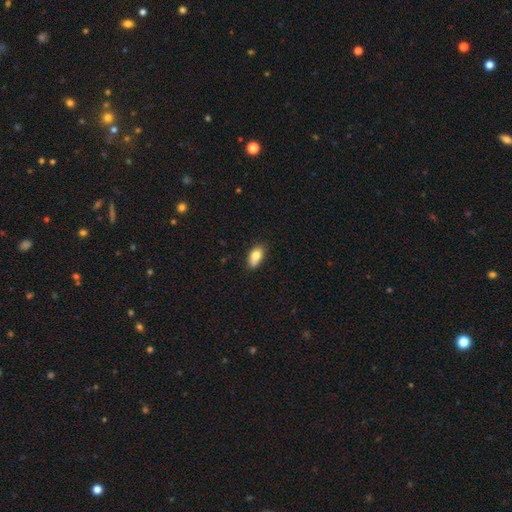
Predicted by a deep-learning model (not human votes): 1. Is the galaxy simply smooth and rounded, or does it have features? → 77% smooth, 15% featured or disk, 8% star or artifact.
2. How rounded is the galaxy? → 88% in between, 6% cigar-shaped, 6% round.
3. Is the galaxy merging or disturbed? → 73% none, 21% minor disturbance, 3% major disturbance, 3% merger.